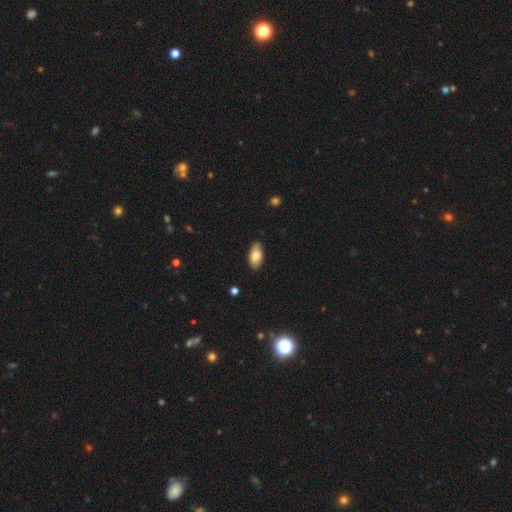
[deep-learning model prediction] smooth-or-featured: smooth: 80% | featured or disk: 13% | star or artifact: 6%
  how-rounded: in between: 92% | cigar-shaped: 6% | round: 2%
  merging: none: 86% | minor disturbance: 11% | major disturbance: 2% | merger: 1%